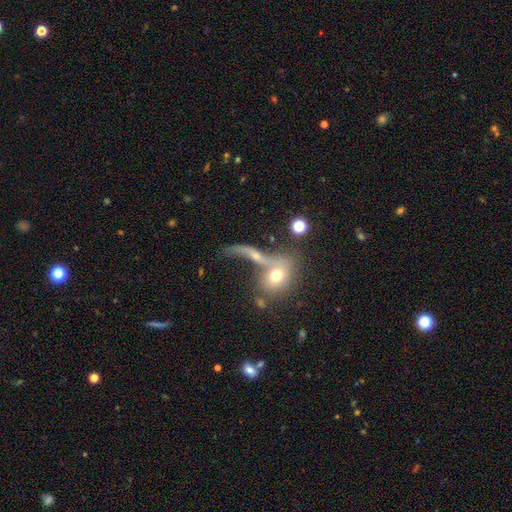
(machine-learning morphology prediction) smooth-or-featured: smooth: 44% | featured or disk: 40% | star or artifact: 15%
  merging: merger: 40% | none: 28% | major disturbance: 19% | minor disturbance: 12%